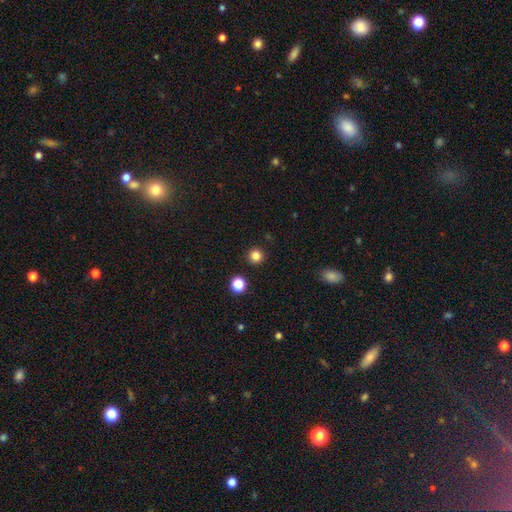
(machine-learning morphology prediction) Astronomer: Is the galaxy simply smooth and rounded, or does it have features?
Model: smooth — 83%.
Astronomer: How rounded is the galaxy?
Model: round — 96%.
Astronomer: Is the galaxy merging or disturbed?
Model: none — 93%.